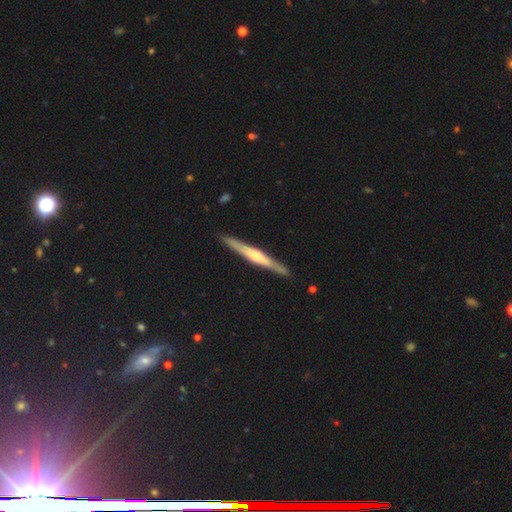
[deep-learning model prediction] Smooth or featured?
  - featured or disk: 67% *
  - smooth: 28%
  - star or artifact: 5%
Edge-on disk?
  - yes: 97% *
  - no: 3%
Edge-on bulge?
  - rounded: 58% *
  - boxy: 25%
  - none: 17%
Merging?
  - none: 90% *
  - minor disturbance: 8%
  - major disturbance: 1%
  - merger: 1%